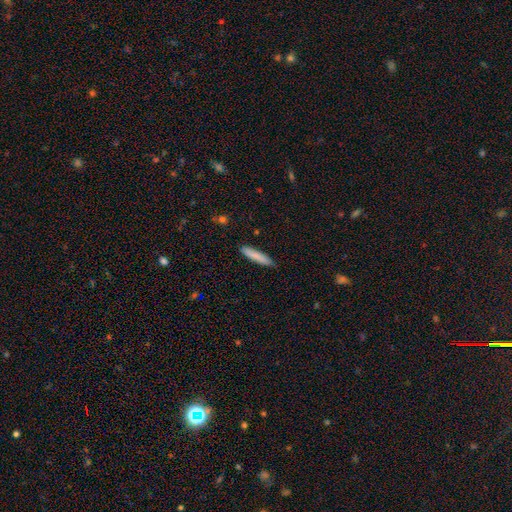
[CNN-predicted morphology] Q: Smooth or featured?
A: smooth (82%); runner-up: featured or disk (12%)
Q: How rounded?
A: cigar-shaped (89%); runner-up: in between (9%)
Q: Merging?
A: none (85%); runner-up: minor disturbance (12%)